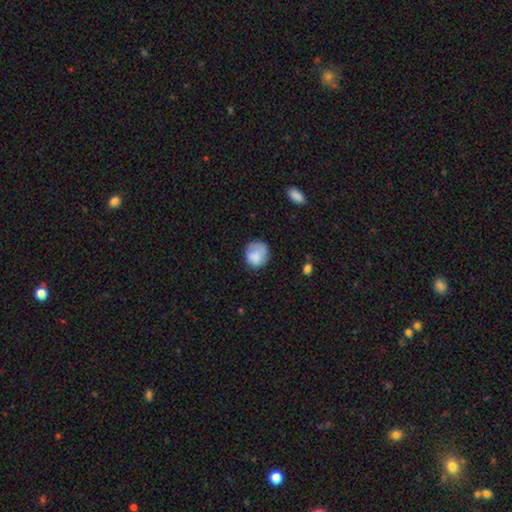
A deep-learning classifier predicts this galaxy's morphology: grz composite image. It shows a smooth galaxy with no disk features (81%) that is round (79%). Merging: none (64%).